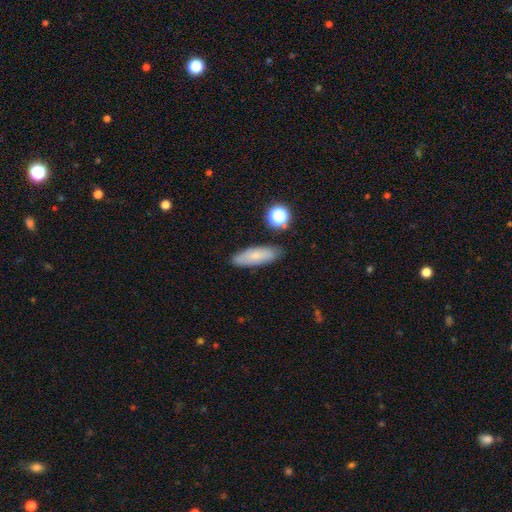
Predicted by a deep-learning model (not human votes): Overall: smooth (70%). How rounded: in between (55%; cigar-shaped 42%). Merging: none (82%).